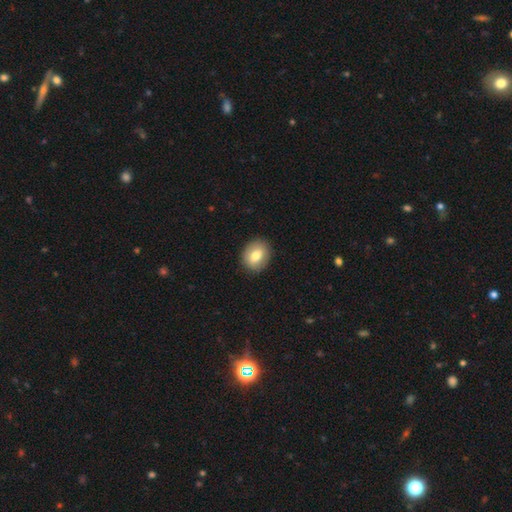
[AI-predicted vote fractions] Overall: smooth (76%). How rounded: round (54%; in between 45%). Merging: none (89%).